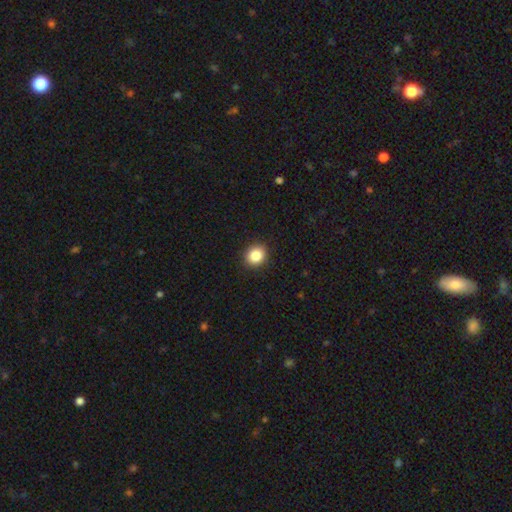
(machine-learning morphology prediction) Smooth or featured? smooth (85%)
How rounded? round (77%)
Merging? none (91%)